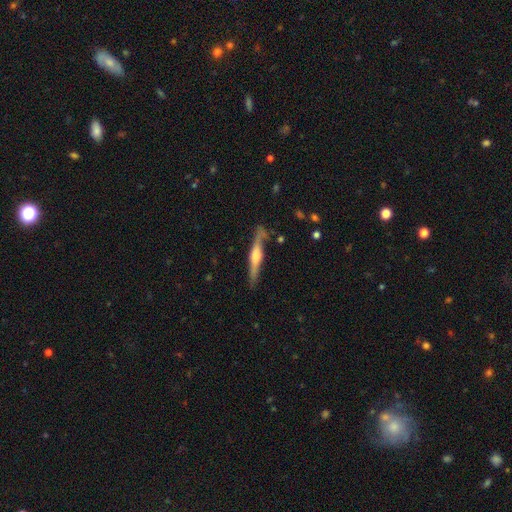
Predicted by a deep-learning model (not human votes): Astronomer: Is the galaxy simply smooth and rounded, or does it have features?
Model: featured or disk — 74%.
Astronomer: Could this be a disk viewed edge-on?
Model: yes — 96%.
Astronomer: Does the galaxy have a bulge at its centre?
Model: rounded — 75%.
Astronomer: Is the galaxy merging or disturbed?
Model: none — 82%.